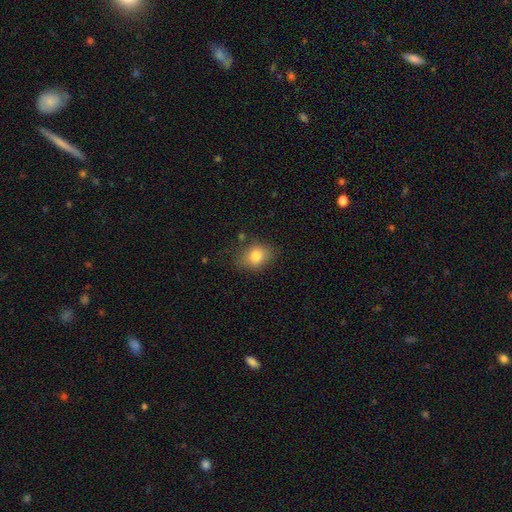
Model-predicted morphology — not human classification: Smooth or featured? smooth (83%)
How rounded? in between (64%)
Merging? none (71%)